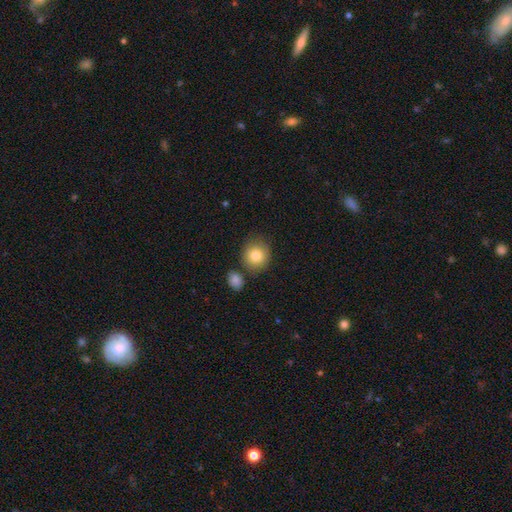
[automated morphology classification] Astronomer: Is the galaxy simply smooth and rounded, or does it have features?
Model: smooth — 83%.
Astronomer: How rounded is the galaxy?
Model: round — 86%.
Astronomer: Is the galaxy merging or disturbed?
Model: none — 78%.